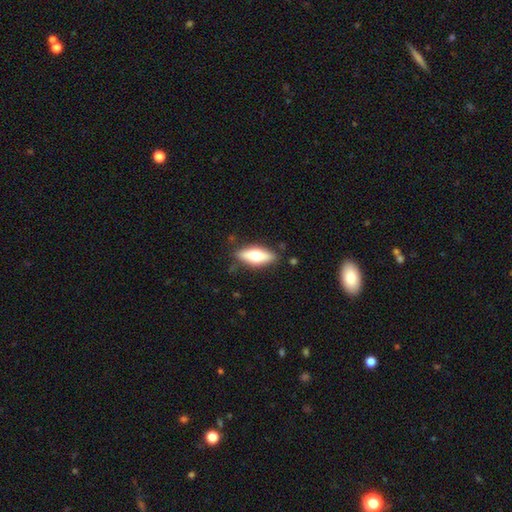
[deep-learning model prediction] smooth 56%, featured or disk 38%, star or artifact 6%. Down the decision tree: how rounded — in between (68%); merging — none (83%).